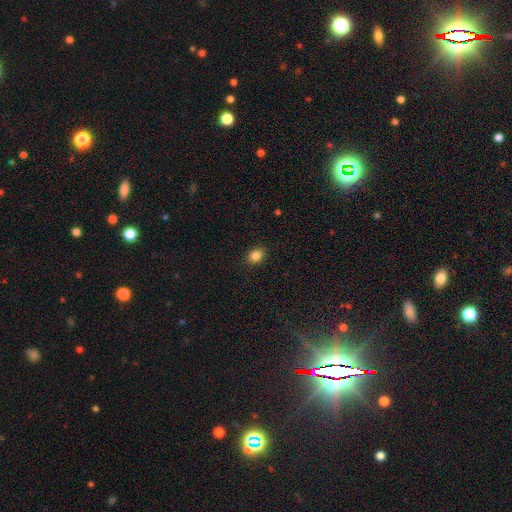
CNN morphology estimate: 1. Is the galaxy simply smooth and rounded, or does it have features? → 85% smooth, 10% star or artifact, 5% featured or disk.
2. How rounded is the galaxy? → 55% in between, 44% round, 1% cigar-shaped.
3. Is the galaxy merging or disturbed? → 89% none, 8% minor disturbance, 2% major disturbance, 1% merger.